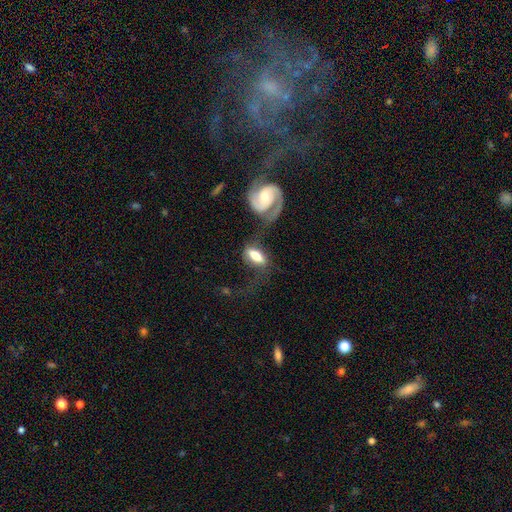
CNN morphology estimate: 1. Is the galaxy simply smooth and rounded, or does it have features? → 54% smooth, 40% featured or disk, 6% star or artifact.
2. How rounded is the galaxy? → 83% in between, 13% cigar-shaped, 5% round.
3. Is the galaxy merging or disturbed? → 34% merger, 32% none, 19% major disturbance, 16% minor disturbance.